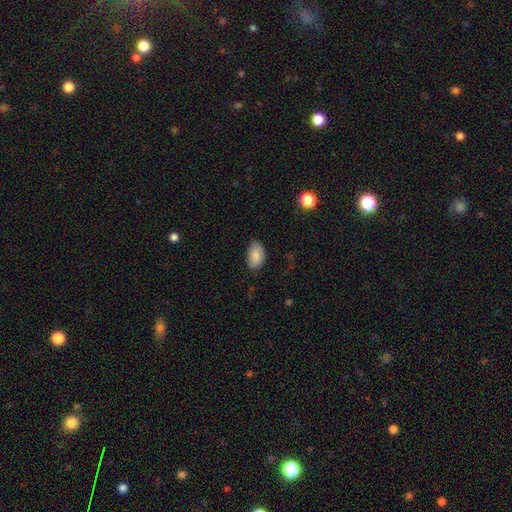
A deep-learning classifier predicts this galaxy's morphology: A smooth galaxy with no disk features (84%) that is in between round and cigar-shaped (91%). Merging: none (73%).